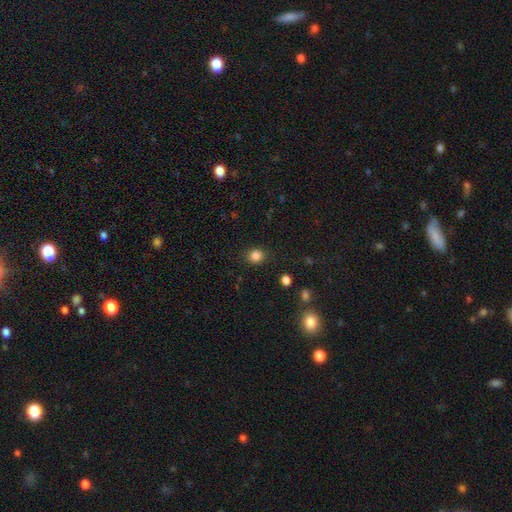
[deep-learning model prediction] The model was most divided on "how rounded": round: 79%, in between: 20%, cigar-shaped: 1%. More confident: merging — none (87%); smooth or featured — smooth (84%).